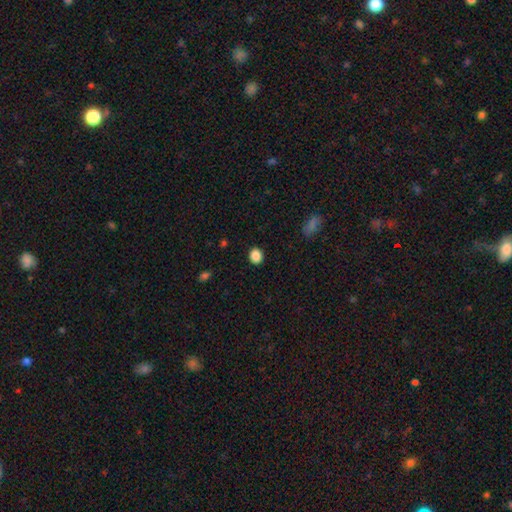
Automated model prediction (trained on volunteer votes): Smooth or featured: smooth — 87% (star or artifact — 10%)
How rounded: round — 73% (in between — 26%)
Merging: none — 90% (minor disturbance — 7%)